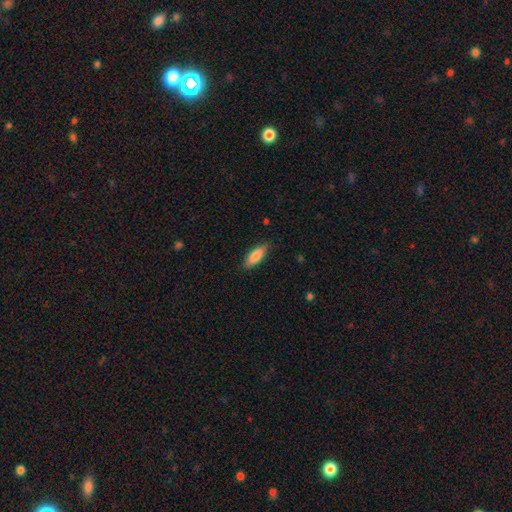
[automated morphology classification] A smooth galaxy with no disk features (84%) that is in between round and cigar-shaped (66%). Merging: none (85%).